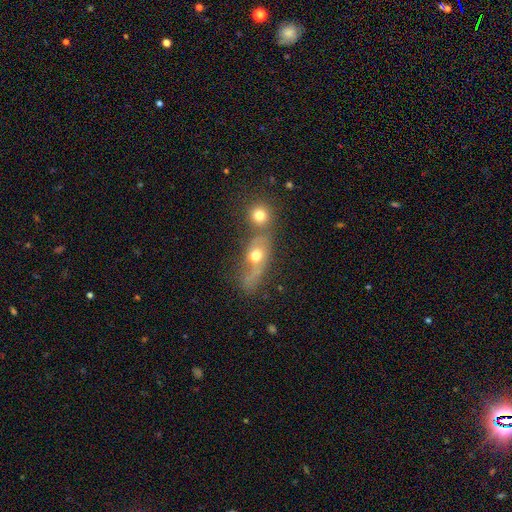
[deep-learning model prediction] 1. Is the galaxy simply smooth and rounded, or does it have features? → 54% smooth, 33% featured or disk, 13% star or artifact.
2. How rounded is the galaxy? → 55% in between, 31% round, 14% cigar-shaped.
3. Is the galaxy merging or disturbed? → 39% merger, 33% none, 15% minor disturbance, 14% major disturbance.